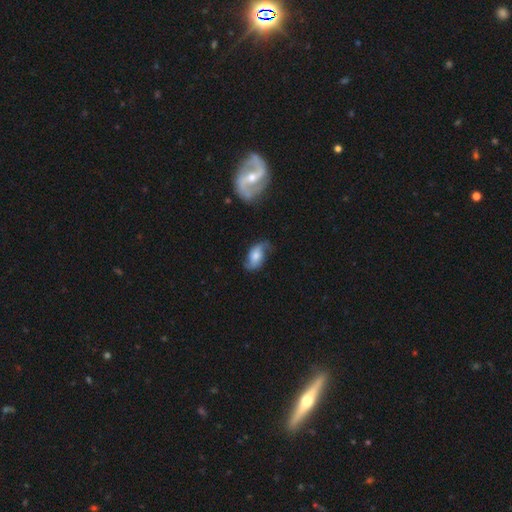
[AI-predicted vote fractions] Overall: featured or disk (60%; smooth 33%). Edge-on disk: no (94%). Bar: no (59%; weak 32%). Spiral arms: yes (89%). Spiral arm count: 2 (84%). Spiral winding: loose (54%; medium 33%). Bulge size: moderate (42%; small 23%). Merging: none (59%; minor disturbance 26%).